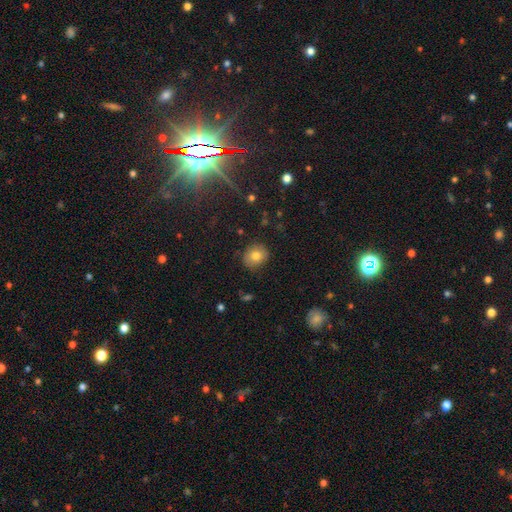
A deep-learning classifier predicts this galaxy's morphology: Smooth or featured: smooth — 79% (featured or disk — 11%)
How rounded: round — 66% (in between — 33%)
Merging: none — 86% (minor disturbance — 11%)